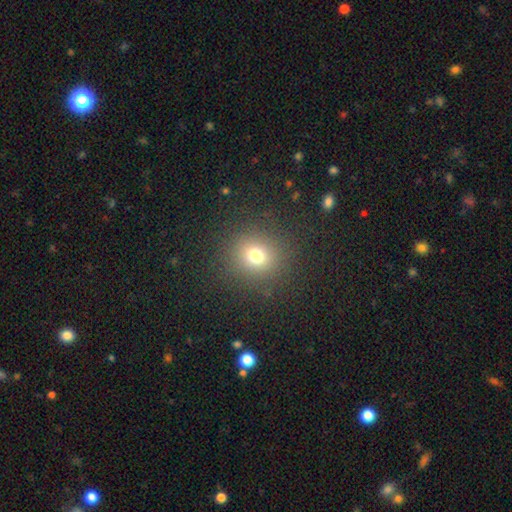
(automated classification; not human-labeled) Morphology: type=smooth (72%); roundness=round (87%); merging=none (87%).